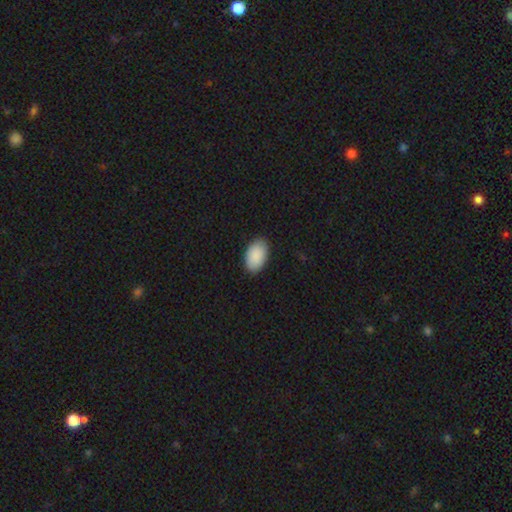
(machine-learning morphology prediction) A smooth galaxy with no disk features (91%) that is in between round and cigar-shaped (94%).

Vote fractions:
- Smooth or featured? smooth: 91% / star or artifact: 6% / featured or disk: 3%
- How rounded? in between: 94% / round: 5% / cigar-shaped: 1%
- Merging? none: 87% / minor disturbance: 10% / major disturbance: 2% / merger: 1%